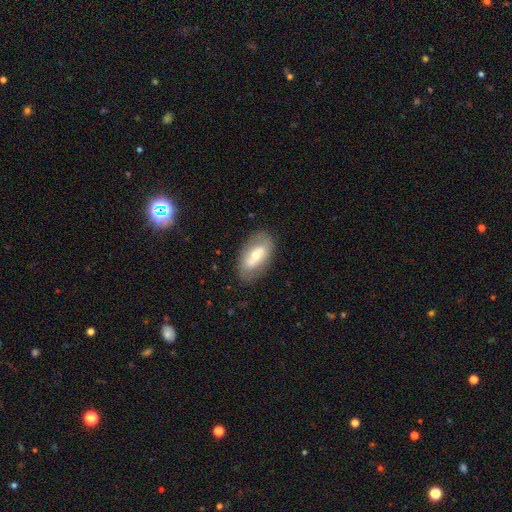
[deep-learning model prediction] smooth-or-featured: featured or disk: 52% | smooth: 42% | star or artifact: 7%
  disk-edge-on: no: 89% | yes: 11%
  merging: none: 77% | minor disturbance: 15% | major disturbance: 5% | merger: 3%